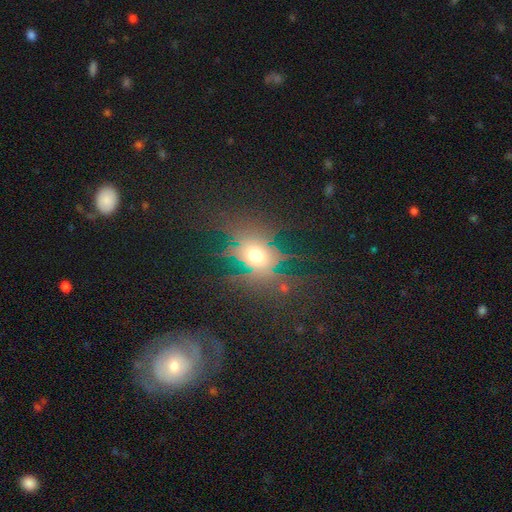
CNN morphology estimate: Overall: smooth (48%; star or artifact 29%). Merging: none (62%).